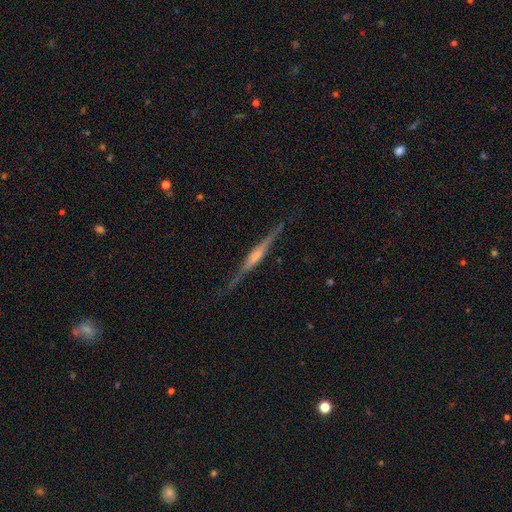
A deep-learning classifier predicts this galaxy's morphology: This appears to be a featured or disk galaxy (80%) viewed edge-on (97%) with a rounded central bulge (49%). Merging: none (84%).